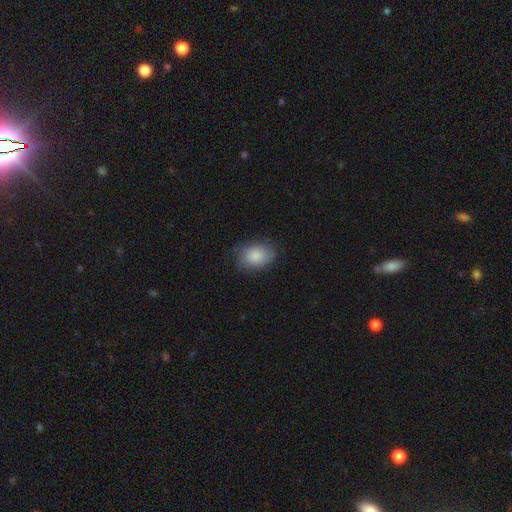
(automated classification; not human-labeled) A smooth galaxy with no disk features (85%) that is in between round and cigar-shaped (82%). Merging: none (75%).